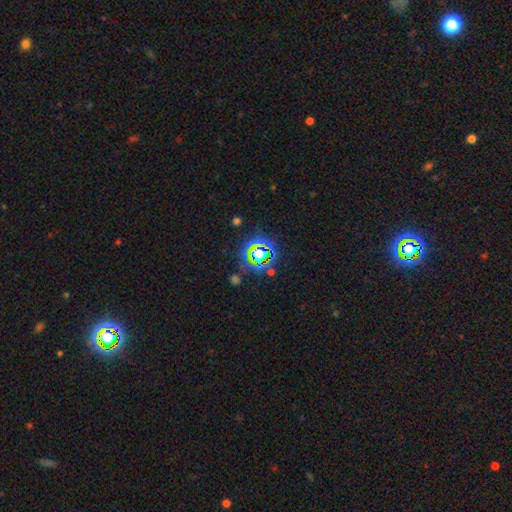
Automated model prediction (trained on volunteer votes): Smooth or featured: star or artifact — 67% (smooth — 21%)